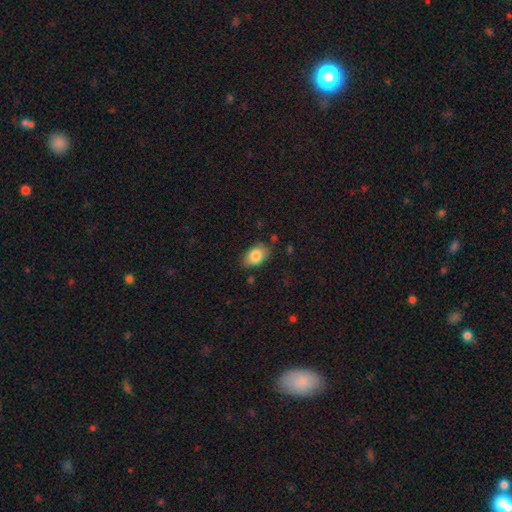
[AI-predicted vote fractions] A smooth galaxy with no disk features (84%) that is in between round and cigar-shaped (86%).

Vote fractions:
- Smooth or featured? smooth: 84% / featured or disk: 9% / star or artifact: 7%
- How rounded? in between: 86% / round: 13% / cigar-shaped: 1%
- Merging? none: 79% / minor disturbance: 16% / major disturbance: 3% / merger: 2%